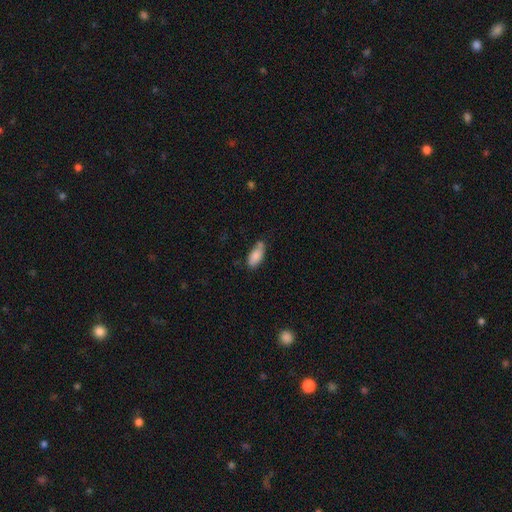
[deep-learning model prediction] Q: Smooth or featured?
A: smooth (84%); runner-up: featured or disk (9%)
Q: How rounded?
A: in between (85%); runner-up: cigar-shaped (12%)
Q: Merging?
A: none (57%); runner-up: minor disturbance (29%)